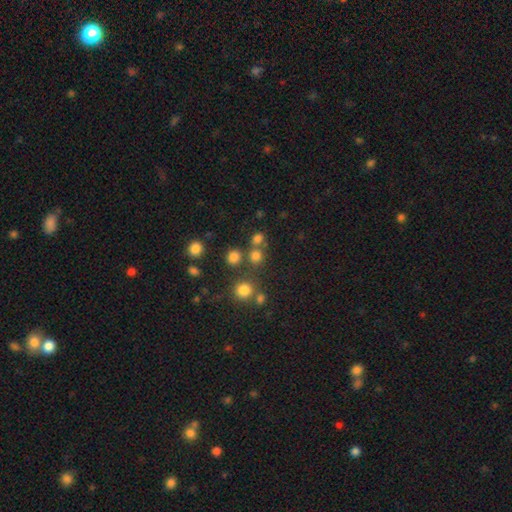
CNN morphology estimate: smooth 74%, star or artifact 19%, featured or disk 7%. Down the decision tree: how rounded — round (88%); merging — none (69%).